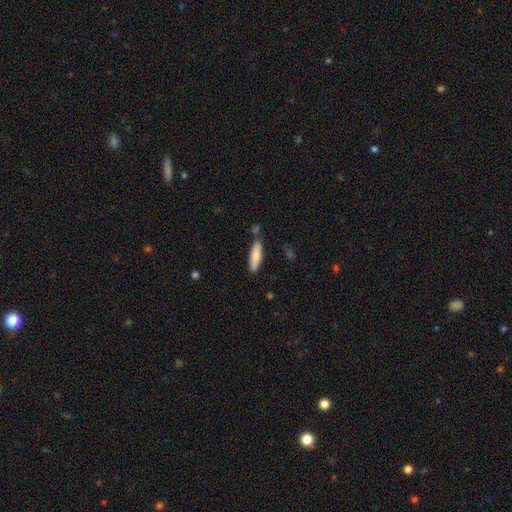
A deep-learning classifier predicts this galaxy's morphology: Smooth or featured?
  - smooth: 82% *
  - featured or disk: 13%
  - star or artifact: 6%
How rounded?
  - cigar-shaped: 66% *
  - in between: 33%
  - round: 2%
Merging?
  - none: 76% *
  - minor disturbance: 14%
  - merger: 7%
  - major disturbance: 3%